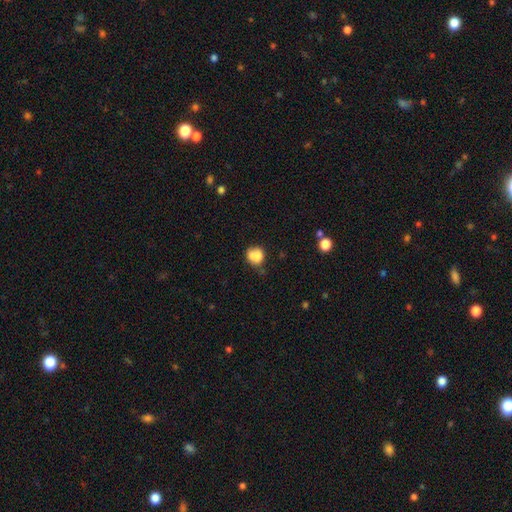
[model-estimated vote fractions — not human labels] smooth-or-featured: smooth: 75% | featured or disk: 16% | star or artifact: 10%
  how-rounded: round: 71% | in between: 28% | cigar-shaped: 1%
  merging: none: 42% | merger: 33% | minor disturbance: 18% | major disturbance: 7%